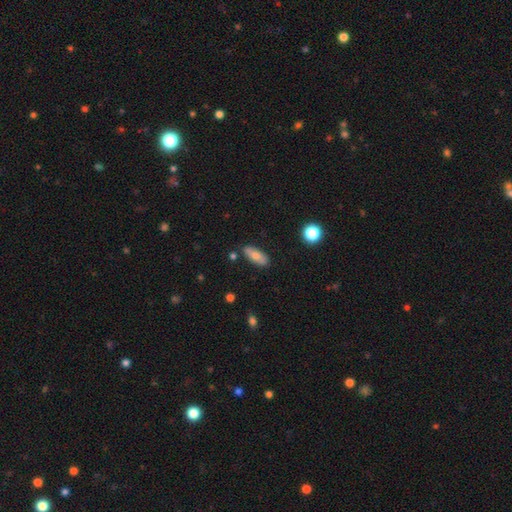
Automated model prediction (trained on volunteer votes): Smooth or featured?
  - smooth: 72% *
  - featured or disk: 21%
  - star or artifact: 7%
How rounded?
  - in between: 77% *
  - cigar-shaped: 19%
  - round: 4%
Merging?
  - none: 83% *
  - minor disturbance: 12%
  - merger: 3%
  - major disturbance: 2%